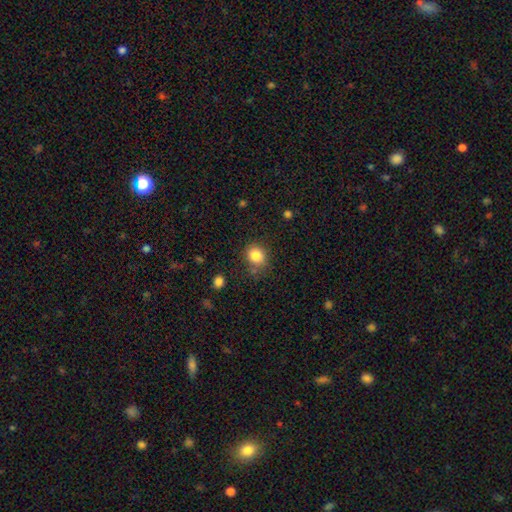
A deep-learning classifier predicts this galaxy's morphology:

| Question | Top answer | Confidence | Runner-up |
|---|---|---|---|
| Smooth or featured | smooth | 84% | star or artifact (10%) |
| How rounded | round | 72% | in between (27%) |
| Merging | none | 77% | minor disturbance (14%) |